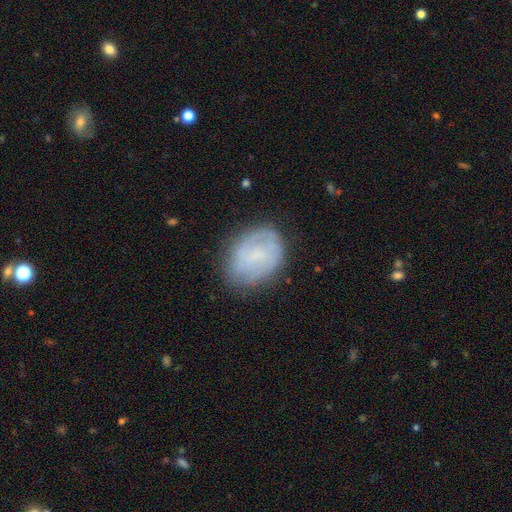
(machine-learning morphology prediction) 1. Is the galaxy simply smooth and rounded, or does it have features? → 49% featured or disk, 43% smooth, 8% star or artifact.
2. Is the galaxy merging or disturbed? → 71% none, 20% minor disturbance, 7% major disturbance, 1% merger.